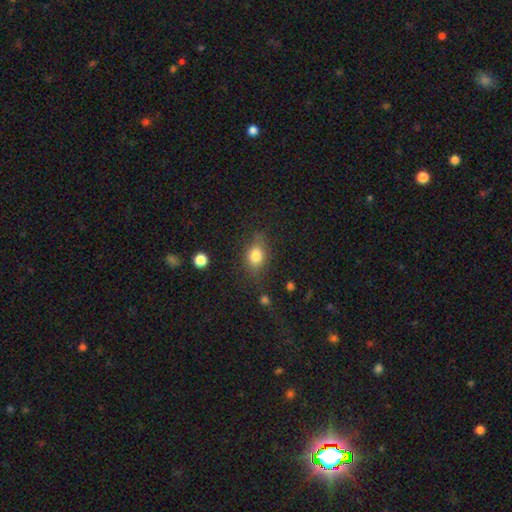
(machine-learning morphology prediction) smooth 77%, featured or disk 12%, star or artifact 10%. Down the decision tree: how rounded — in between (68%); merging — none (72%).